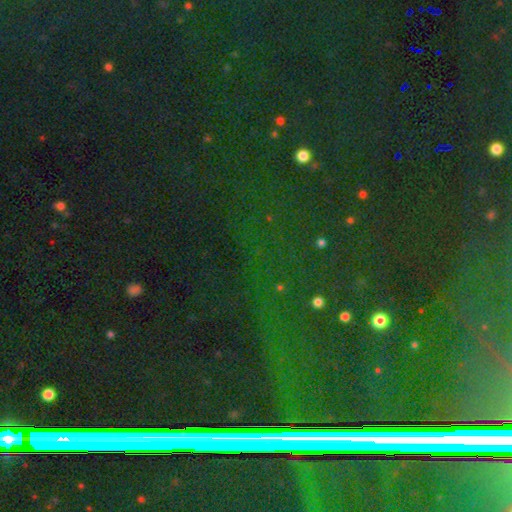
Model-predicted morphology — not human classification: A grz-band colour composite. It shows a star or artifact, not a galaxy (84%).